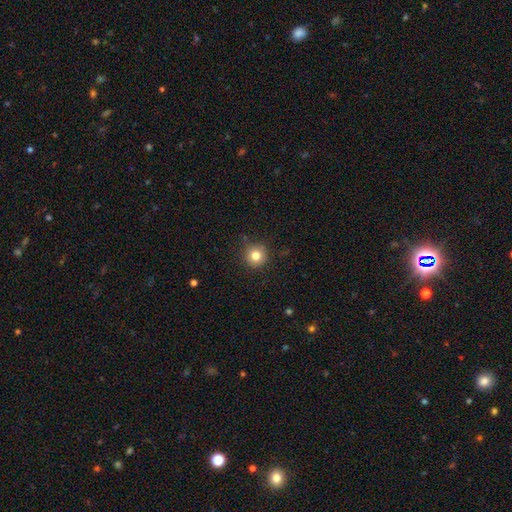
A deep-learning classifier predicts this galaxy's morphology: A smooth galaxy with no disk features (82%) that is round (95%).

Vote fractions:
- Smooth or featured? smooth: 82% / star or artifact: 11% / featured or disk: 7%
- How rounded? round: 95% / in between: 4% / cigar-shaped: 1%
- Merging? none: 88% / minor disturbance: 9% / major disturbance: 2% / merger: 1%